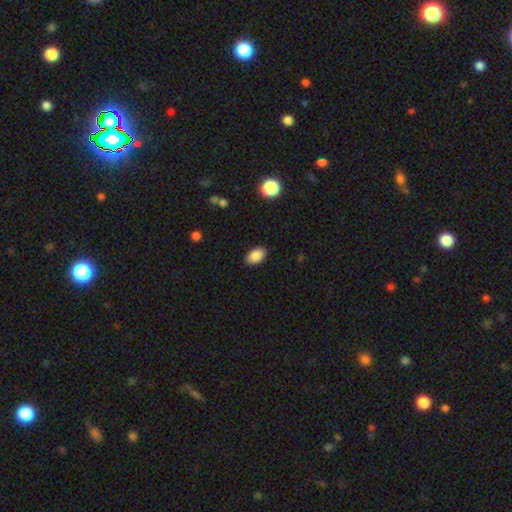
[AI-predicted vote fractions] This appears to be a smooth galaxy with no disk features (88%) that is in between round and cigar-shaped (91%). Merging: none (88%).